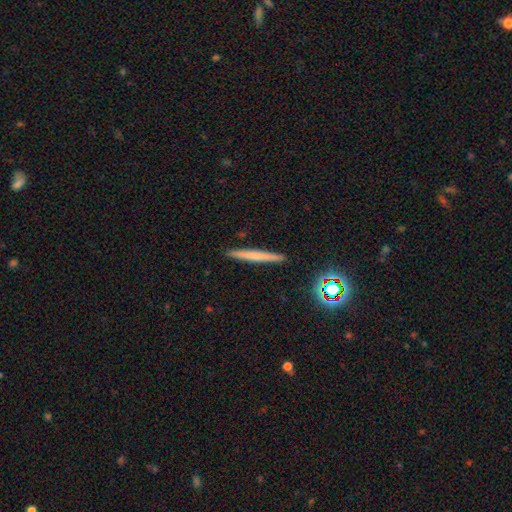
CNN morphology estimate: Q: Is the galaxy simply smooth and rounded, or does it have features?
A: smooth — 55%.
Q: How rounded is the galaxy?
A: cigar-shaped — 96%.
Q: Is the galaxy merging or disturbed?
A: none — 92%.